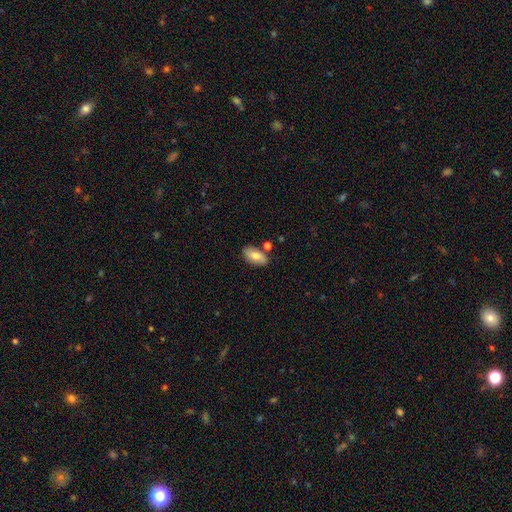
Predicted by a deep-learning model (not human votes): Morphology: type=smooth (75%); roundness=in between (91%); merging=none (77%).